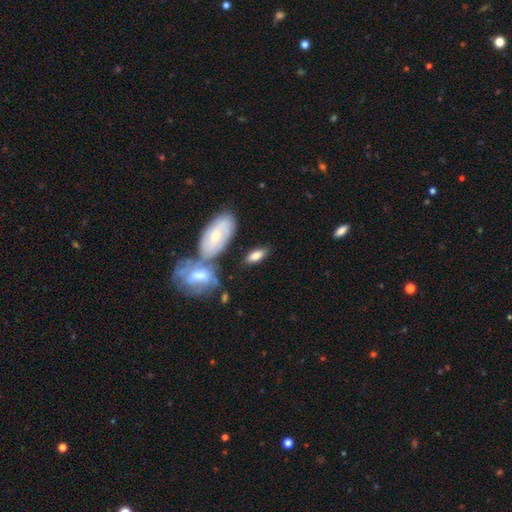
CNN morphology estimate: Smooth or featured? smooth (70%)
How rounded? in between (79%)
Merging? none (64%)